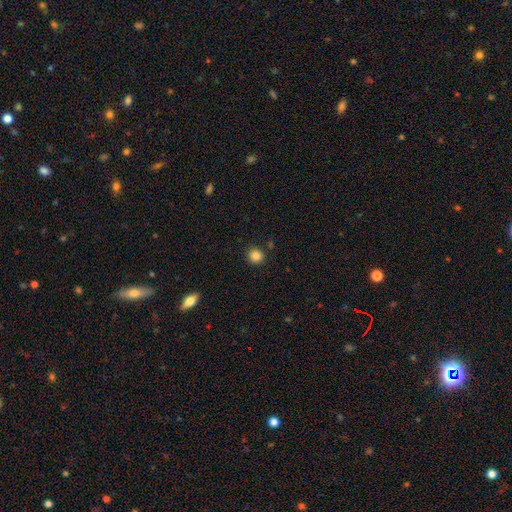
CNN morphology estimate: Q: Smooth or featured?
A: smooth (85%); runner-up: star or artifact (11%)
Q: How rounded?
A: round (92%); runner-up: in between (7%)
Q: Merging?
A: none (89%); runner-up: minor disturbance (6%)